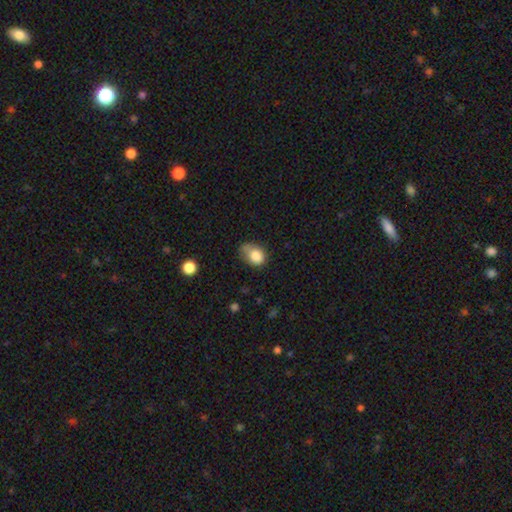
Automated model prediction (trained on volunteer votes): The model was most divided on "merging": minor disturbance: 40%, none: 32%, major disturbance: 20%, merger: 7%. More confident: smooth or featured — smooth (81%); how rounded — in between (63%).